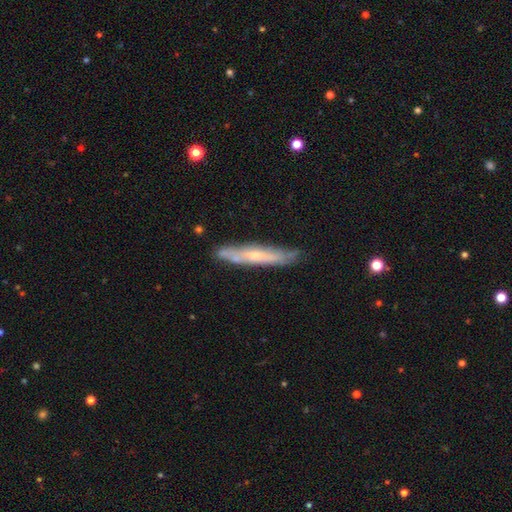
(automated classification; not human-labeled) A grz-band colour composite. It shows a featured or disk galaxy (58%) viewed edge-on (78%). Merging: none (78%).